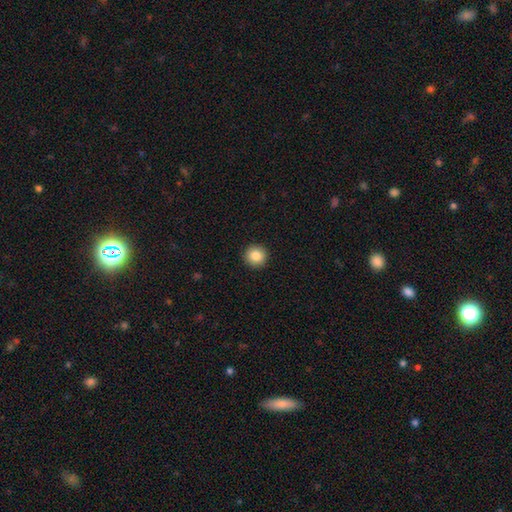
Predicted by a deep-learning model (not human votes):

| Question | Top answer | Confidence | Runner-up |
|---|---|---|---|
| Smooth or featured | smooth | 85% | star or artifact (9%) |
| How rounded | round | 95% | in between (4%) |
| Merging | none | 93% | minor disturbance (4%) |